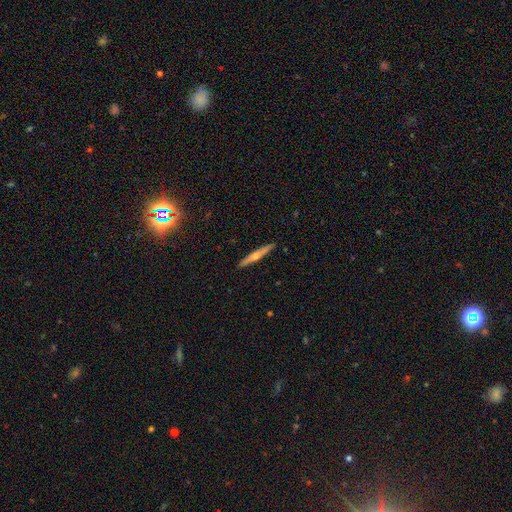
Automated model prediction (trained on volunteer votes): Q: Smooth or featured?
A: featured or disk (64%); runner-up: smooth (30%)
Q: Edge-on disk?
A: yes (97%); runner-up: no (3%)
Q: Edge-on bulge?
A: rounded (86%); runner-up: none (11%)
Q: Merging?
A: none (92%); runner-up: minor disturbance (6%)